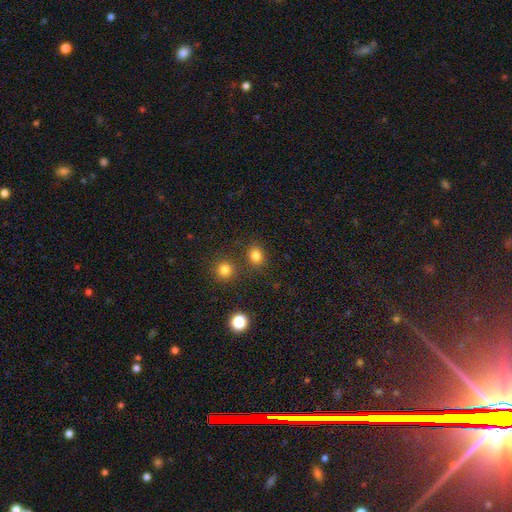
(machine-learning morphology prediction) This appears to be a smooth galaxy with no disk features (81%) that is round (72%). Merging: none (80%).